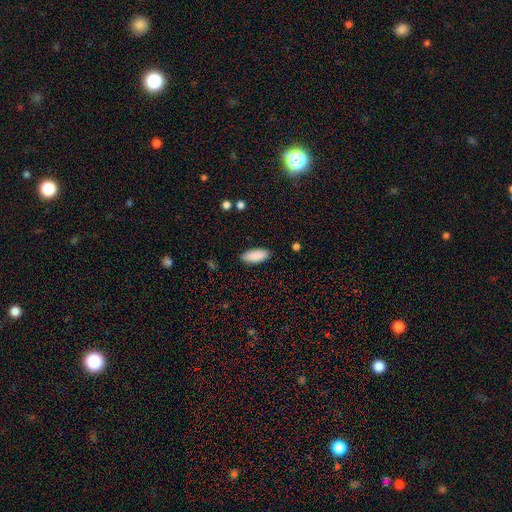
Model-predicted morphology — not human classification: This is clearly a smooth galaxy (90%). How rounded: clearly in between (85%). Merging: clearly none (87%).